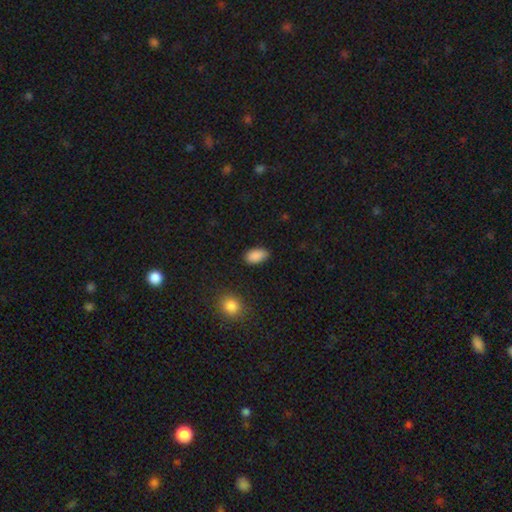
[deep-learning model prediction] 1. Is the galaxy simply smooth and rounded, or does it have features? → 88% smooth, 8% star or artifact, 4% featured or disk.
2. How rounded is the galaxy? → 93% in between, 5% round, 2% cigar-shaped.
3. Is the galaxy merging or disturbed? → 83% none, 13% minor disturbance, 3% major disturbance, 2% merger.